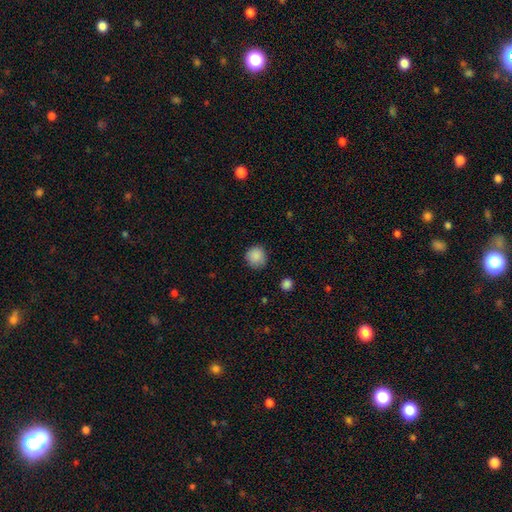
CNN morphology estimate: Smooth or featured?
  - smooth: 87% *
  - star or artifact: 9%
  - featured or disk: 3%
How rounded?
  - round: 91% *
  - in between: 8%
  - cigar-shaped: 1%
Merging?
  - none: 81% *
  - minor disturbance: 14%
  - major disturbance: 3%
  - merger: 1%